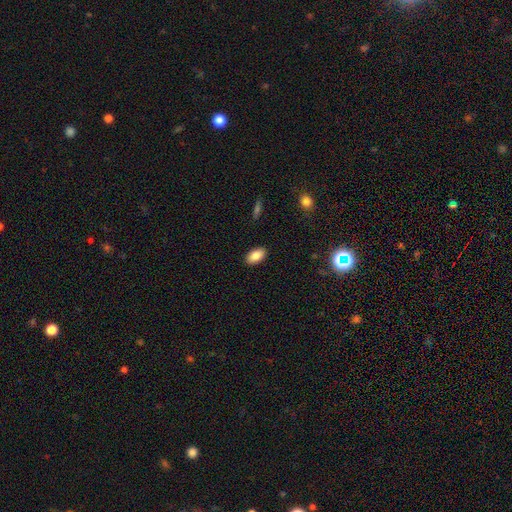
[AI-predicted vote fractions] This appears to be a smooth galaxy with no disk features (85%) that is in between round and cigar-shaped (94%). Merging: none (89%).